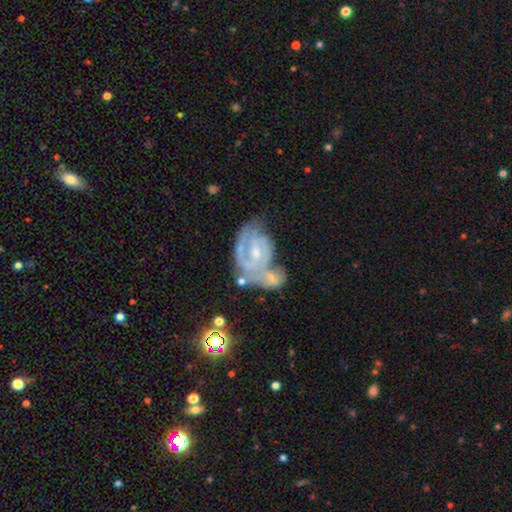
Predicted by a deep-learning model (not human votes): Morphology: type=featured or disk (84%); edge-on=no (97%); bar=weak (47%); spiral arms=yes (93%); winding=tight (54%); arm count=2 (59%); bulge=small (62%); merging=merger (43%).